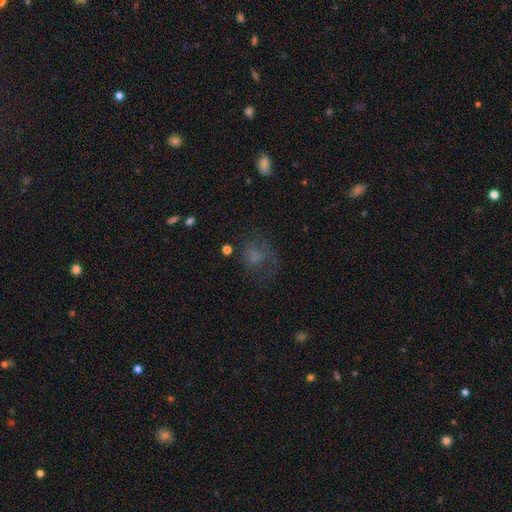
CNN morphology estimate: Q: Smooth or featured?
A: smooth (52%); runner-up: featured or disk (29%)
Q: How rounded?
A: round (52%); runner-up: in between (47%)
Q: Merging?
A: none (41%); runner-up: major disturbance (35%)